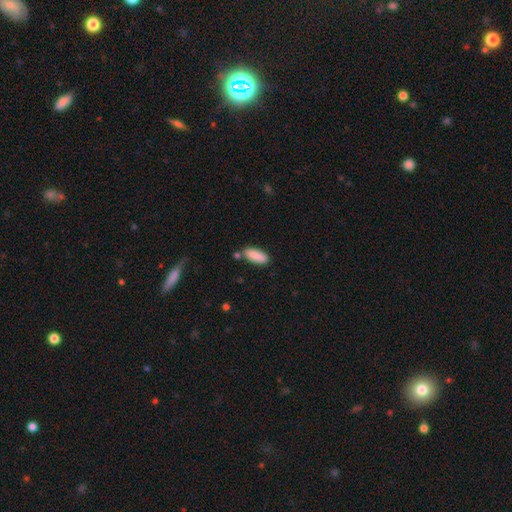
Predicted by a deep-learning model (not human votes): Smooth or featured: smooth — 88% (star or artifact — 7%)
How rounded: in between — 68% (cigar-shaped — 30%)
Merging: none — 76% (minor disturbance — 13%)